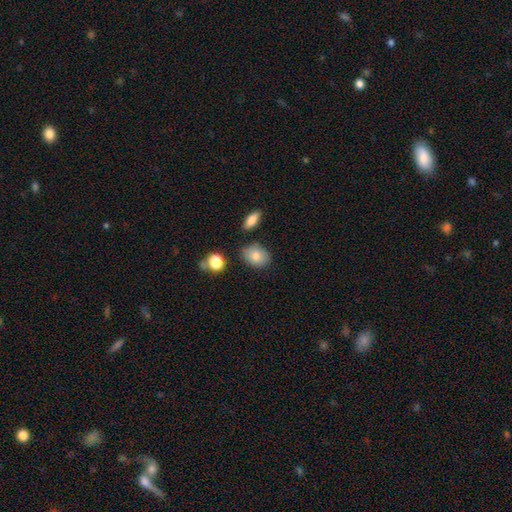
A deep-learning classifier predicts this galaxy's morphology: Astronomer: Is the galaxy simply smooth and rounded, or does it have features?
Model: smooth — 82%.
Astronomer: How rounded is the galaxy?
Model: in between — 70%.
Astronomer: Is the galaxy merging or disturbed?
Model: none — 78%.